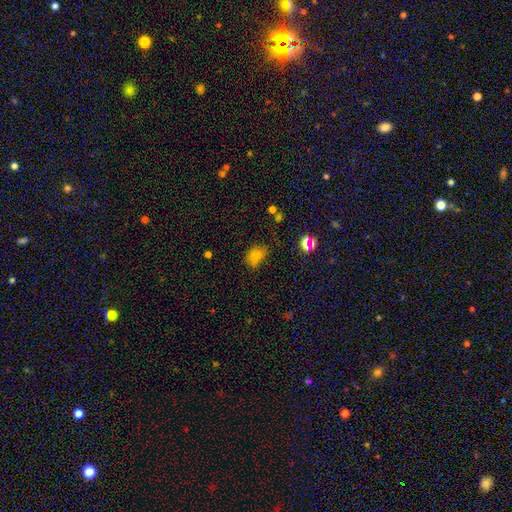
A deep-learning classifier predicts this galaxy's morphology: Smooth or featured? smooth (70%)
How rounded? in between (74%)
Merging? none (51%)